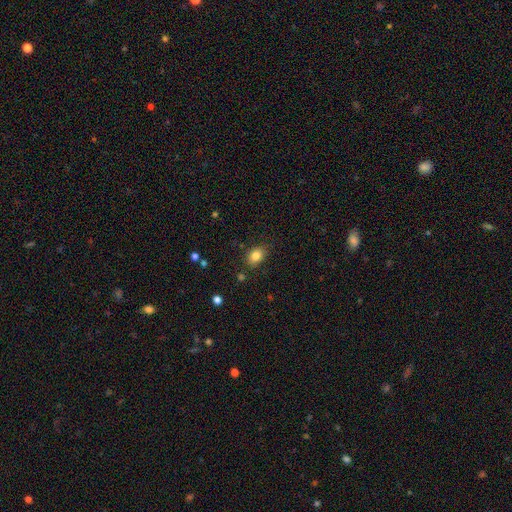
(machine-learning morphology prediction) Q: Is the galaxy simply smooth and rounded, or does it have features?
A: smooth — 83%.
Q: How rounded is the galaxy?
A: in between — 71%.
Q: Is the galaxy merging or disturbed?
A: none — 80%.